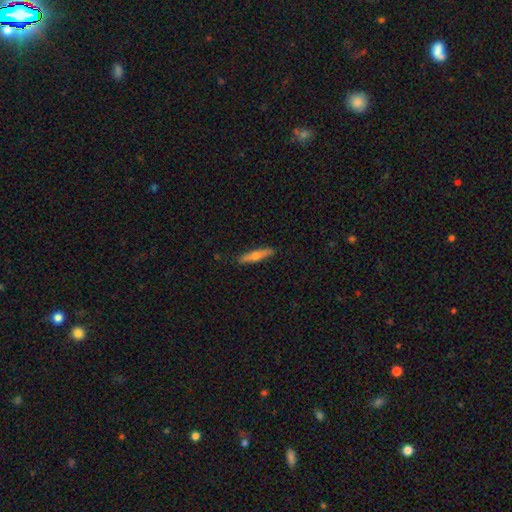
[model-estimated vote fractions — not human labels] Smooth or featured: smooth — 51% (featured or disk — 43%)
How rounded: cigar-shaped — 85% (in between — 13%)
Merging: none — 88% (minor disturbance — 9%)